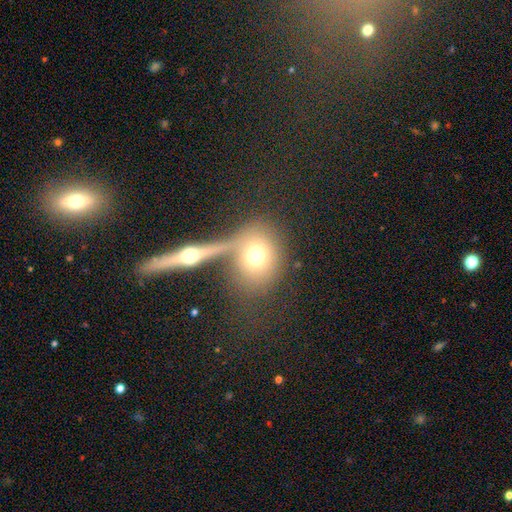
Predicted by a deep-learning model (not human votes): Morphology: type=smooth (63%); roundness=round (62%); merging=none (53%).